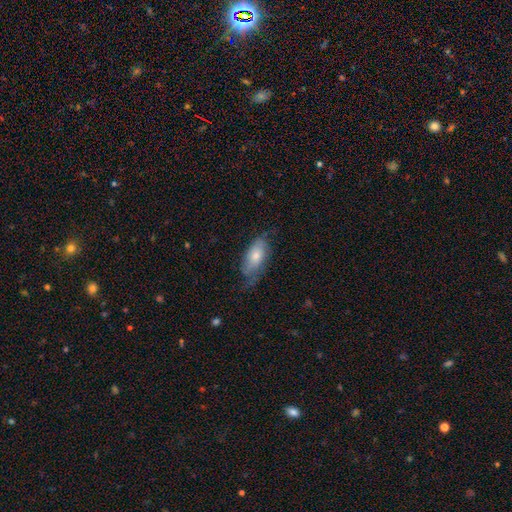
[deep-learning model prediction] A smooth galaxy with no disk features (58%) that is in between round and cigar-shaped (87%).

Vote fractions:
- Smooth or featured? smooth: 58% / featured or disk: 35% / star or artifact: 7%
- How rounded? in between: 87% / cigar-shaped: 9% / round: 3%
- Merging? none: 47% / minor disturbance: 33% / major disturbance: 18% / merger: 2%